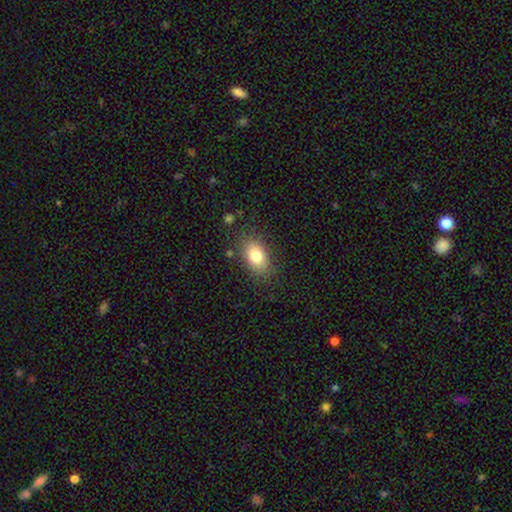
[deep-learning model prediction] Smooth or featured?
  - smooth: 80% *
  - featured or disk: 11%
  - star or artifact: 9%
How rounded?
  - in between: 84% *
  - round: 14%
  - cigar-shaped: 2%
Merging?
  - none: 82% *
  - minor disturbance: 12%
  - major disturbance: 4%
  - merger: 2%